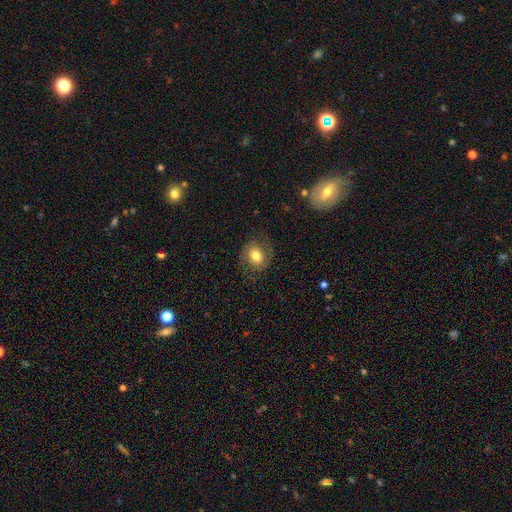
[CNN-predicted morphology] smooth_or_featured: smooth (p=0.54) [alt: featured or disk p=0.37]
how_rounded: round (p=0.63) [alt: in between p=0.36]
merging: none (p=0.74) [alt: minor disturbance p=0.16]